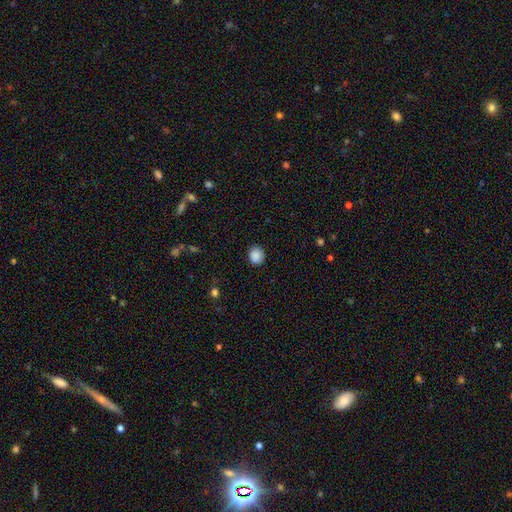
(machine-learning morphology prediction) Overall: smooth (88%). How rounded: round (76%). Merging: none (89%).